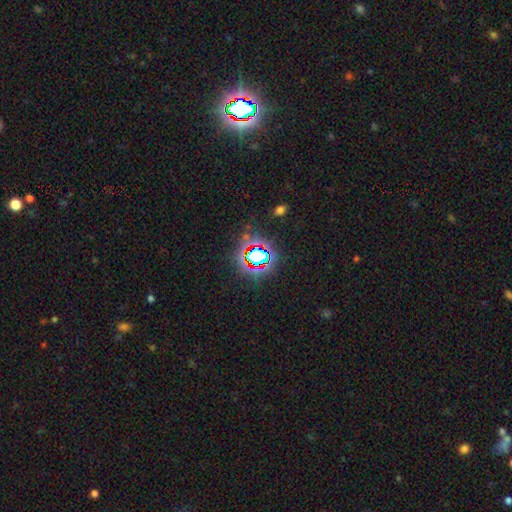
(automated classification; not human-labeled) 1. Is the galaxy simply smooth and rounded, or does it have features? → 67% star or artifact, 21% smooth, 12% featured or disk.